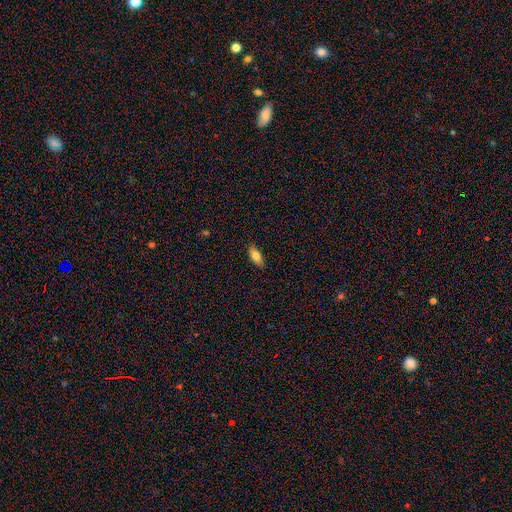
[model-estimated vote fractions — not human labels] Smooth or featured? smooth (79%)
How rounded? in between (84%)
Merging? none (86%)